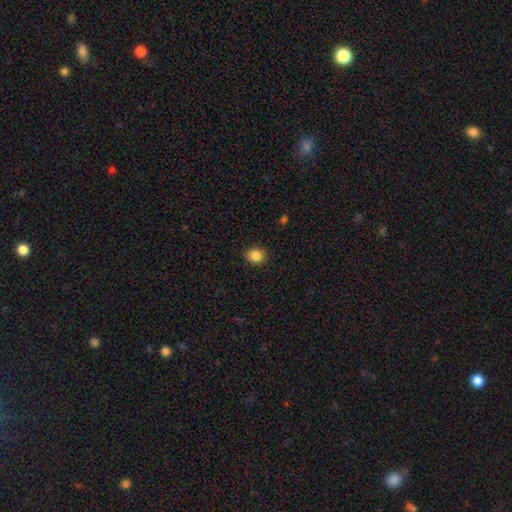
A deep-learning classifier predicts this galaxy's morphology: smooth_or_featured: smooth (p=0.85) [alt: star or artifact p=0.10]
how_rounded: round (p=0.72) [alt: in between p=0.27]
merging: none (p=0.90) [alt: minor disturbance p=0.07]